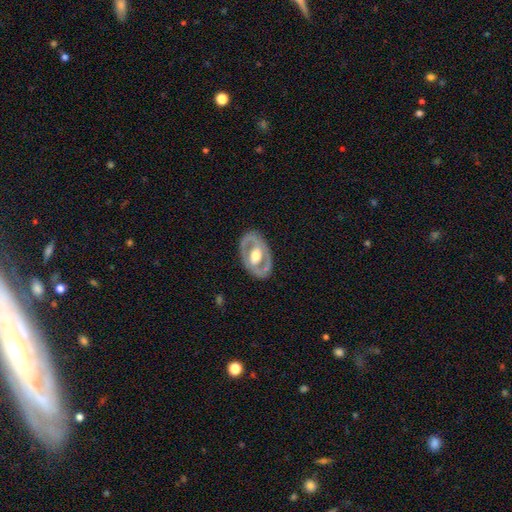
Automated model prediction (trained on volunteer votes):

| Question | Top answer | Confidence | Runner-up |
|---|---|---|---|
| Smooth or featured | featured or disk | 72% | smooth (23%) |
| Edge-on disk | no | 92% | yes (8%) |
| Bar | no | 51% | weak (30%) |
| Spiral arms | no | 65% | yes (35%) |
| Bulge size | moderate | 63% | large (28%) |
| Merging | none | 80% | minor disturbance (14%) |